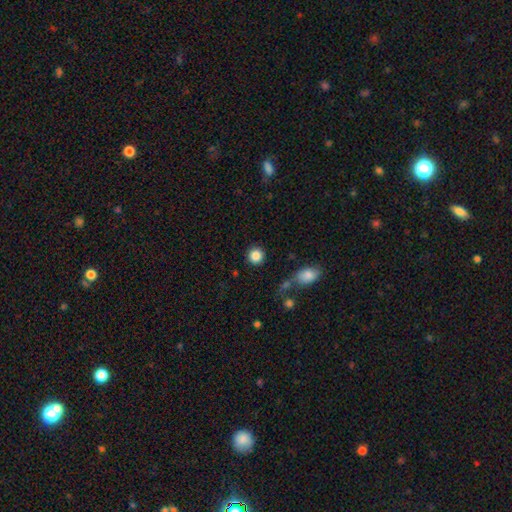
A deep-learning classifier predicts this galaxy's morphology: A smooth galaxy with no disk features (86%) that is round (94%).

Vote fractions:
- Smooth or featured? smooth: 86% / star or artifact: 10% / featured or disk: 4%
- How rounded? round: 94% / in between: 6% / cigar-shaped: 1%
- Merging? none: 88% / minor disturbance: 6% / merger: 3% / major disturbance: 3%